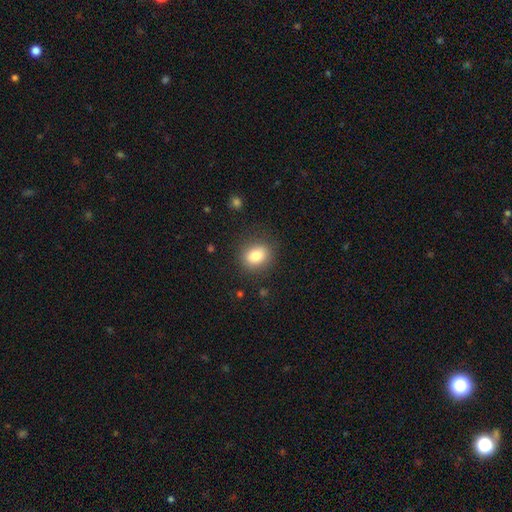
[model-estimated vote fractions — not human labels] This appears to be a smooth galaxy with no disk features (82%) that is round (56%). Merging: none (84%).